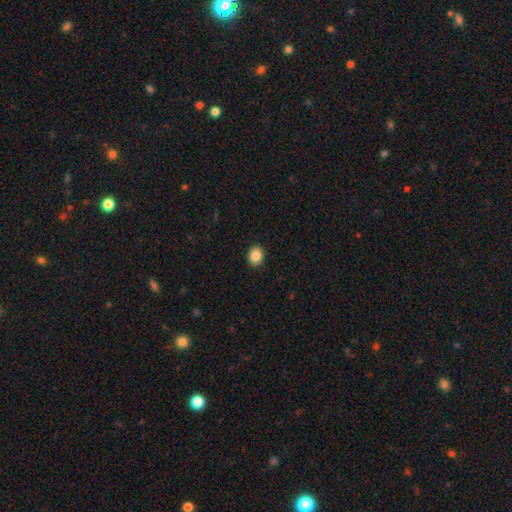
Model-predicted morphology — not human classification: This appears to be a smooth galaxy with no disk features (87%) that is round (59%). Merging: none (91%).